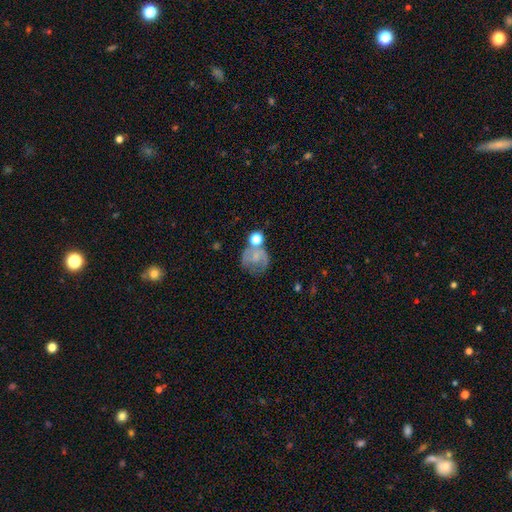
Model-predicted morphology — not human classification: smooth-or-featured: smooth: 45% | featured or disk: 44% | star or artifact: 11%
  merging: none: 39% | merger: 22% | minor disturbance: 21% | major disturbance: 18%